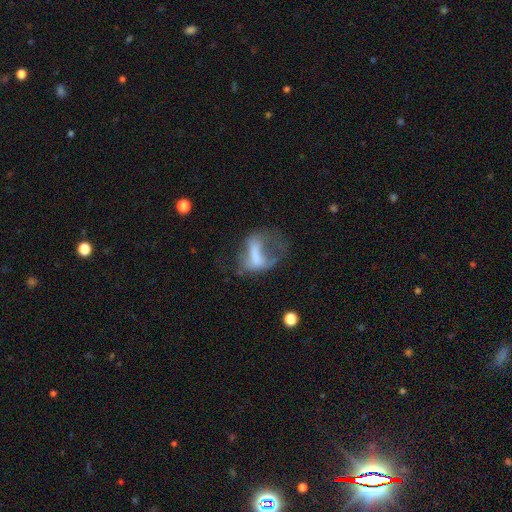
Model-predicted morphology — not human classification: smooth-or-featured: featured or disk: 44% | smooth: 43% | star or artifact: 12%
  merging: major disturbance: 58% | none: 19% | minor disturbance: 15% | merger: 8%